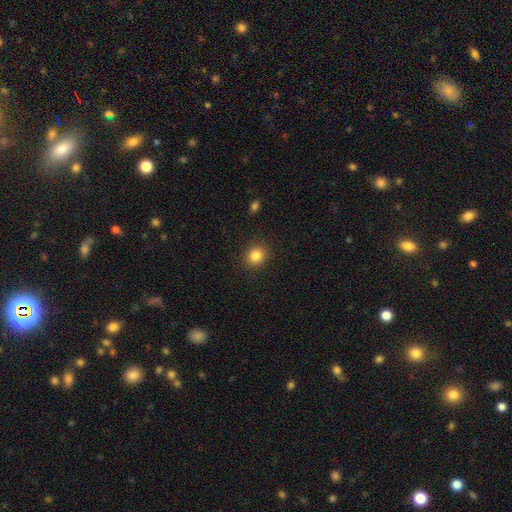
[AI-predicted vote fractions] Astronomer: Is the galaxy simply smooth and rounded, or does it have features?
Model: smooth — 85%.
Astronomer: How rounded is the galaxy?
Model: round — 76%.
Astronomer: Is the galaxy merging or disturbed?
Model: none — 90%.